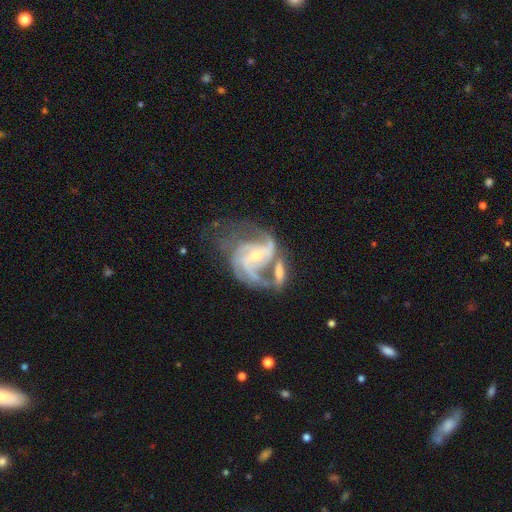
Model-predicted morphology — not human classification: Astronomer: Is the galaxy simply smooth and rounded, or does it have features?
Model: featured or disk — 90%.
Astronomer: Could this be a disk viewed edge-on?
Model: no — 98%.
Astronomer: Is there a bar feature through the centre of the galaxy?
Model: no — 43% (runner-up: weak, 37%).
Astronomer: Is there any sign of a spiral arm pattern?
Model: yes — 97%.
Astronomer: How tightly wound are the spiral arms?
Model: medium — 52% (runner-up: tight, 30%).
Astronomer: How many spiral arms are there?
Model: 3 — 37% (runner-up: 2, 35%).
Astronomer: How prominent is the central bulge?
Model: small — 62%.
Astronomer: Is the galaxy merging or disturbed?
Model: none — 32% (runner-up: merger, 28%).